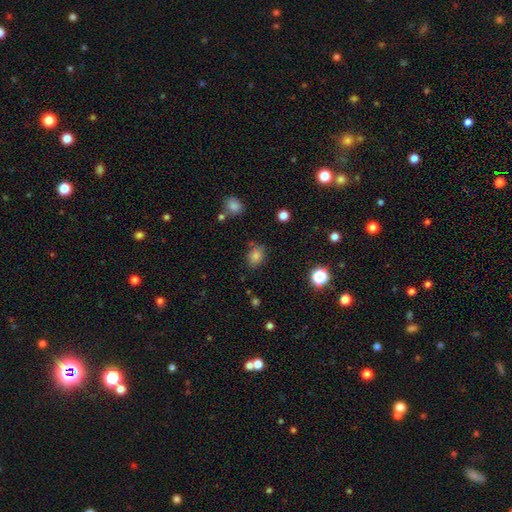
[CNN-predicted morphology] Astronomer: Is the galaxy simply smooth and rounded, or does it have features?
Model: smooth — 78%.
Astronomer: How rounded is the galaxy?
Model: in between — 55% (runner-up: round, 44%).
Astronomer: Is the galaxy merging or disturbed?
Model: none — 75%.